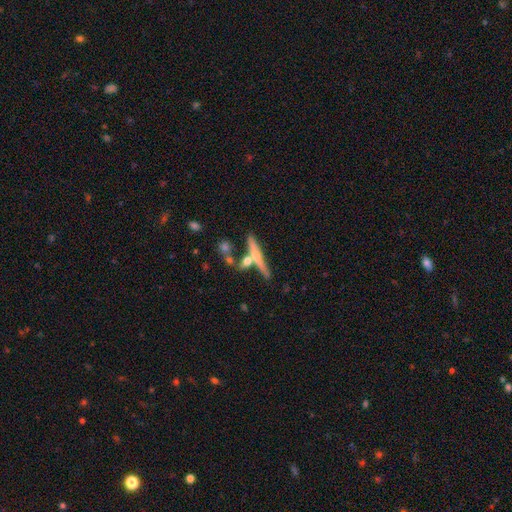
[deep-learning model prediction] Morphology: type=featured or disk (47%); merging=none (61%).